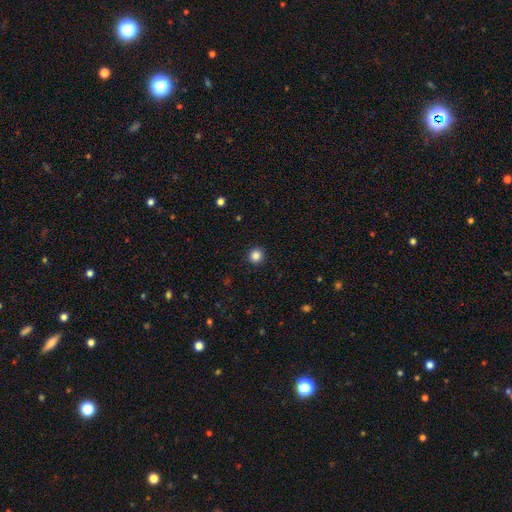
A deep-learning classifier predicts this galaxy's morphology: smooth_or_featured: smooth (p=0.86) [alt: star or artifact p=0.11]
how_rounded: round (p=0.94) [alt: in between p=0.05]
merging: none (p=0.92) [alt: minor disturbance p=0.05]